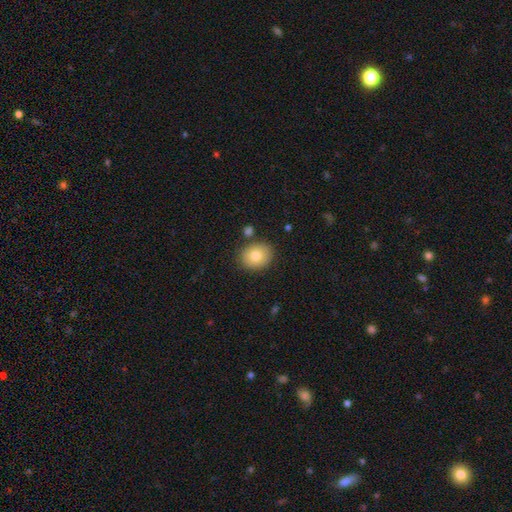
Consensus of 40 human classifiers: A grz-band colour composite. It shows a smooth galaxy with no disk features (75%) that is round (73%). Merging: none (83%).